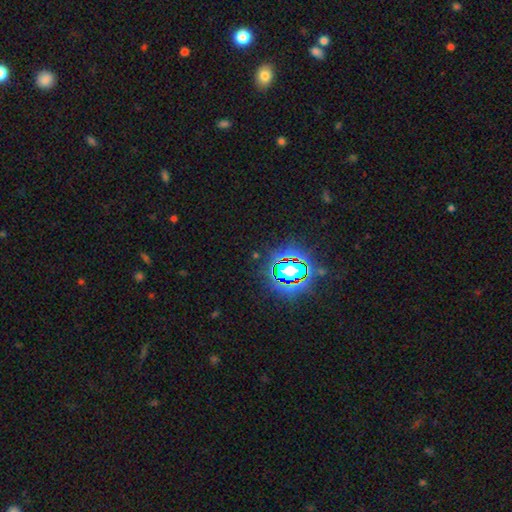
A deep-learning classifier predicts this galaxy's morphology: Overall: star or artifact (79%).